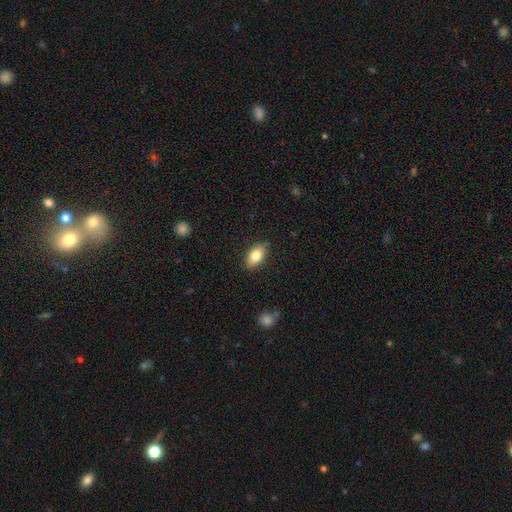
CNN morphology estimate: A smooth galaxy with no disk features (79%) that is in between round and cigar-shaped (89%).

Vote fractions:
- Smooth or featured? smooth: 79% / featured or disk: 13% / star or artifact: 7%
- How rounded? in between: 89% / round: 7% / cigar-shaped: 4%
- Merging? none: 84% / minor disturbance: 13% / major disturbance: 2% / merger: 1%